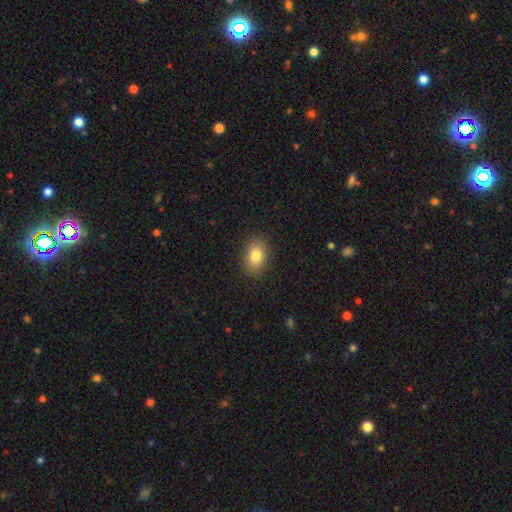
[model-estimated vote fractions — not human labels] smooth 83%, star or artifact 9%, featured or disk 9%. Down the decision tree: how rounded — in between (80%); merging — none (87%).